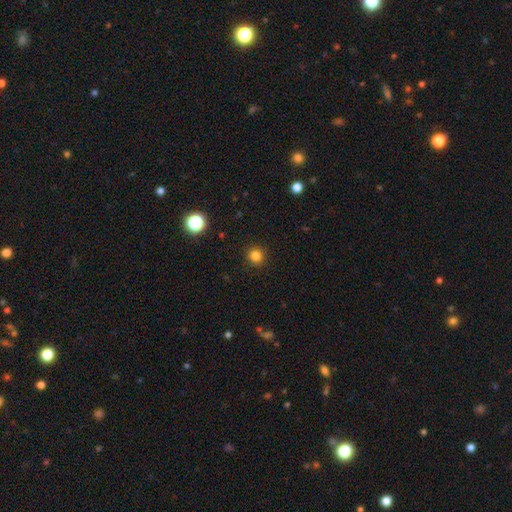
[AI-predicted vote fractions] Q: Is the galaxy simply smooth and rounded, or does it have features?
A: smooth — 82%.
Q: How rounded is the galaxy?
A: round — 94%.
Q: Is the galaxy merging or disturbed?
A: none — 92%.